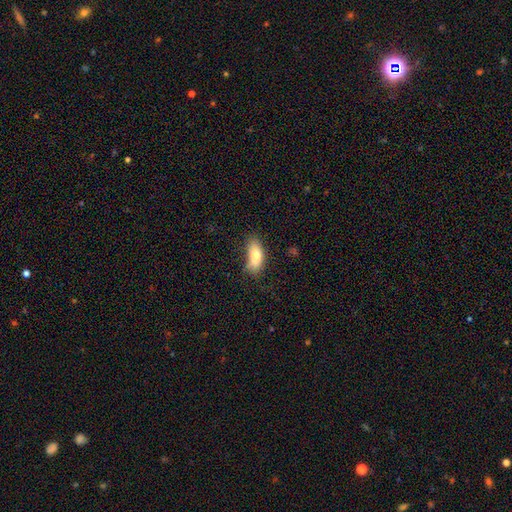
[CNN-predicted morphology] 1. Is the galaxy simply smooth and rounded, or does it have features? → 74% smooth, 18% featured or disk, 8% star or artifact.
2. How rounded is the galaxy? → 83% in between, 14% cigar-shaped, 3% round.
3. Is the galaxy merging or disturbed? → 51% none, 29% minor disturbance, 11% major disturbance, 9% merger.